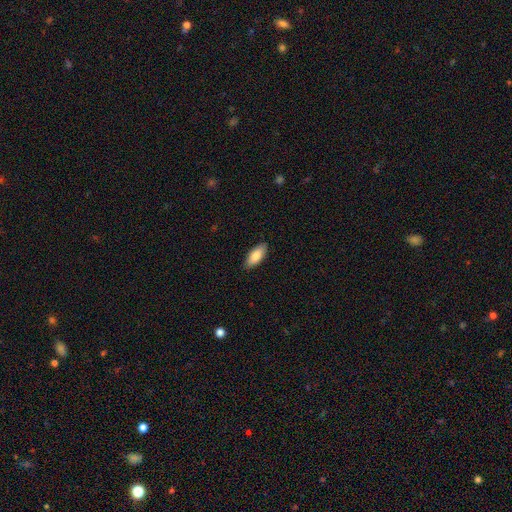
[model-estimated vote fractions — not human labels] This appears to be a smooth galaxy with no disk features (83%) that is in between round and cigar-shaped (82%). Merging: none (88%).